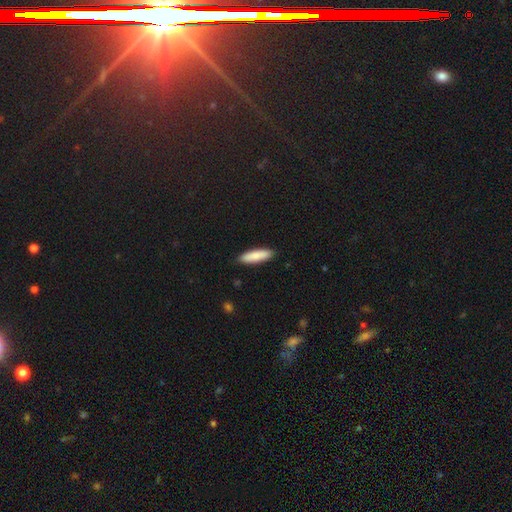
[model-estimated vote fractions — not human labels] This appears to be a smooth galaxy with no disk features (84%) that is cigar-shaped (68%). Merging: none (90%).